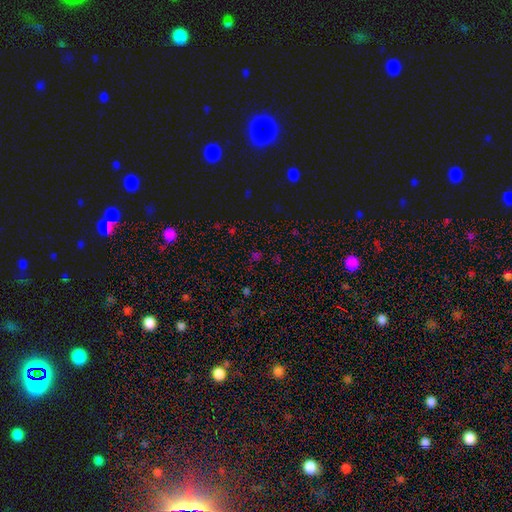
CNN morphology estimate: This appears to be a star or artifact, not a galaxy (57%).